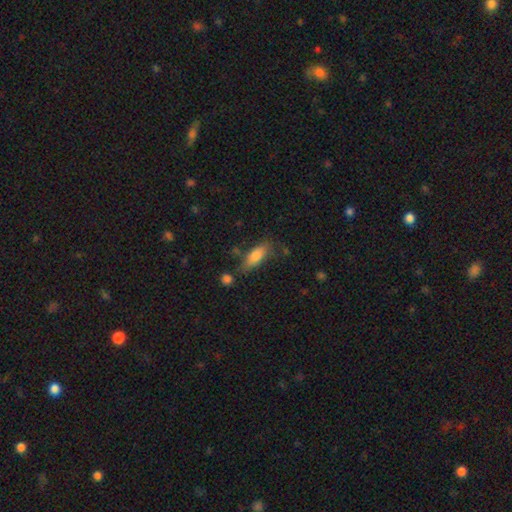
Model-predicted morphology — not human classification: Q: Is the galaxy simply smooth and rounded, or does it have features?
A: smooth — 76%.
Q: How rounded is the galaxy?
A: in between — 65%.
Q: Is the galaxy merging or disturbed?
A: none — 64%.